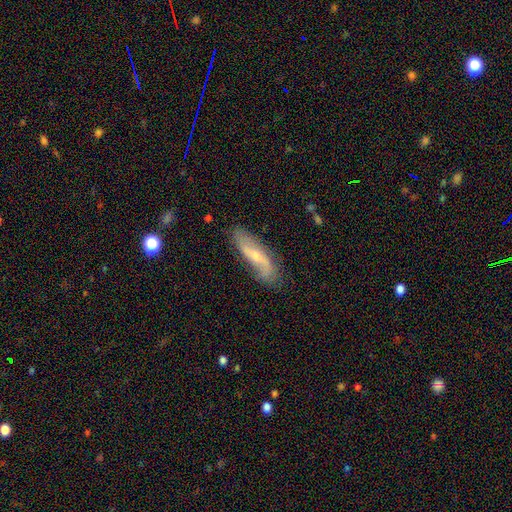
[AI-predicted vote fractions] This is likely a featured or disk galaxy (68%). It is likely not viewed edge-on (79%). Bar: marginally weak (42%). Spiral arm pattern: clearly yes (89%). Central bulge: possibly small (58%). Merging: likely none (75%).